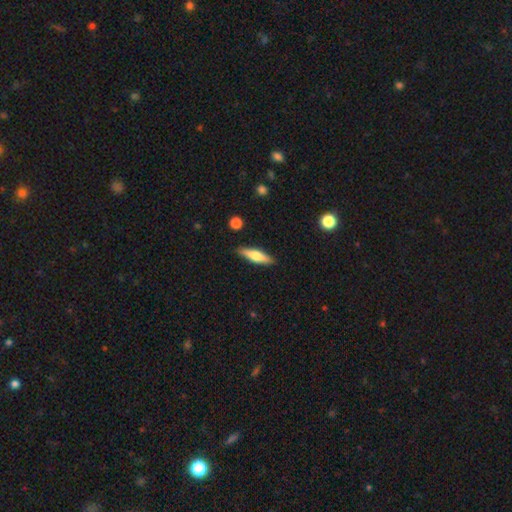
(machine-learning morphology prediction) smooth-or-featured: smooth: 59% | featured or disk: 35% | star or artifact: 6%
  how-rounded: cigar-shaped: 67% | in between: 31% | round: 2%
  merging: none: 88% | minor disturbance: 8% | major disturbance: 2% | merger: 1%